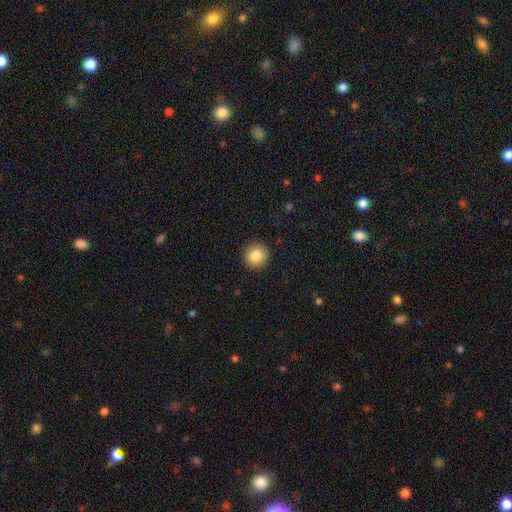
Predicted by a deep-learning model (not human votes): This appears to be a smooth galaxy with no disk features (85%) that is round (95%). Merging: none (92%).